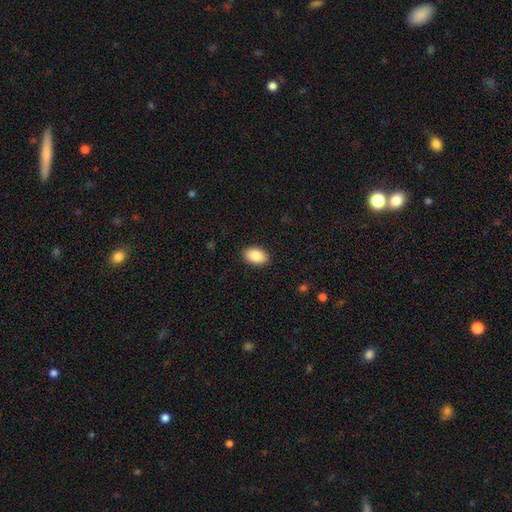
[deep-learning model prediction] Morphology: type=smooth (86%); roundness=in between (91%); merging=none (90%).